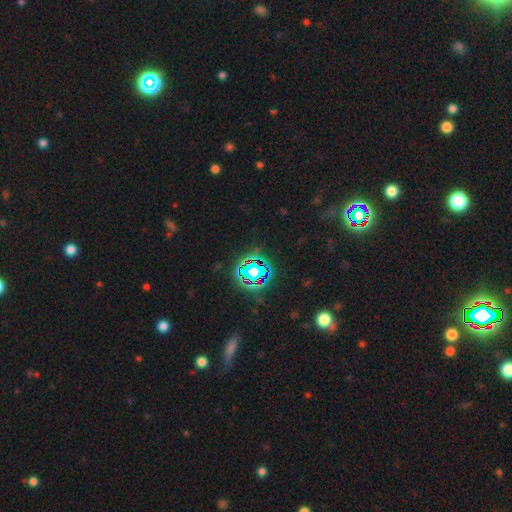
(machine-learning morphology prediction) A star or artifact, not a galaxy (71%).

Vote fractions:
- Smooth or featured? star or artifact: 71% / smooth: 19% / featured or disk: 10%